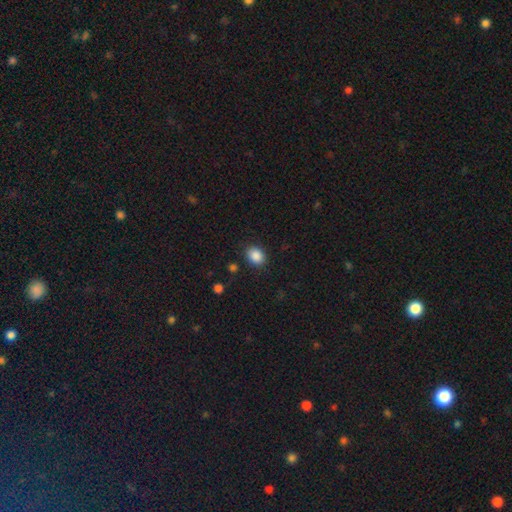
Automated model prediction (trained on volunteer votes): A smooth galaxy with no disk features (88%) that is in between round and cigar-shaped (53%). Merging: none (86%).